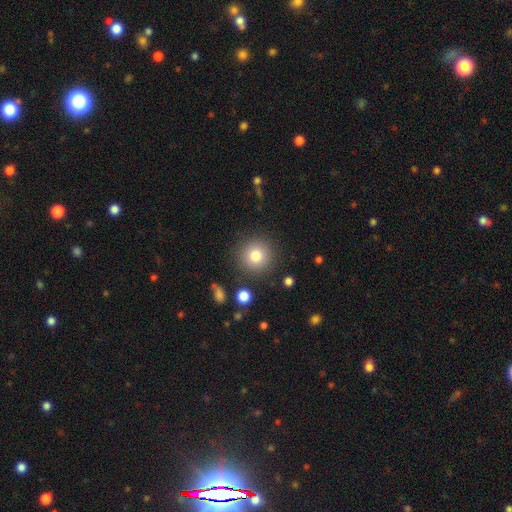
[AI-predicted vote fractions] Q: Smooth or featured?
A: smooth (79%); runner-up: star or artifact (12%)
Q: How rounded?
A: round (95%); runner-up: in between (4%)
Q: Merging?
A: none (88%); runner-up: minor disturbance (7%)